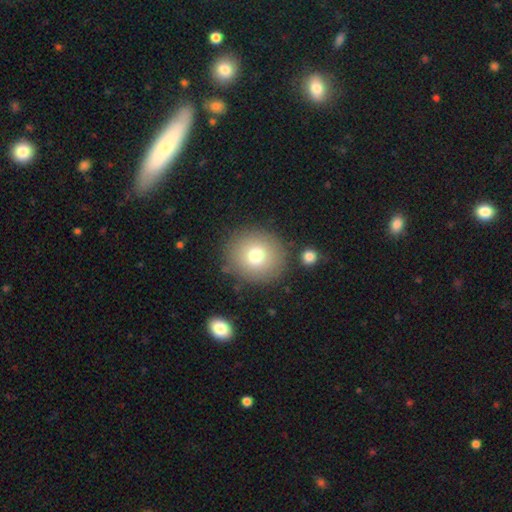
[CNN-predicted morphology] Smooth or featured? Predicted: smooth (p=0.75). How rounded? Predicted: round (p=0.88). Merging? Predicted: none (p=0.84).